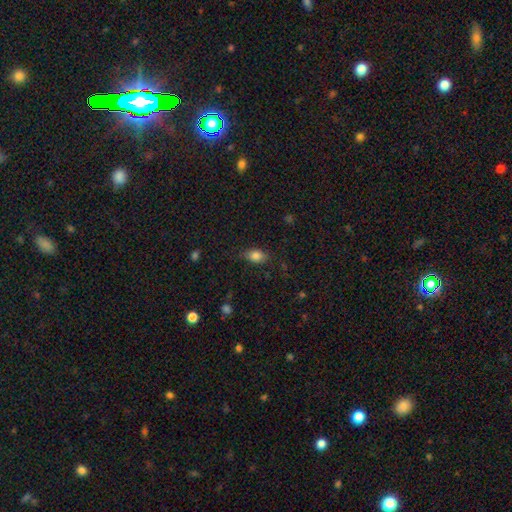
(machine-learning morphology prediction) This is clearly a smooth galaxy (82%). How rounded: clearly in between (82%). Merging: likely none (77%).